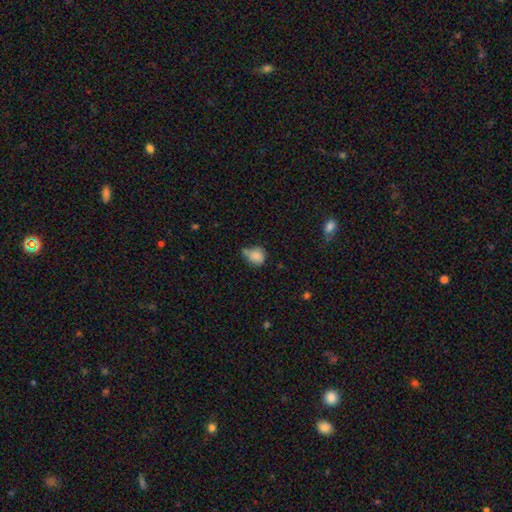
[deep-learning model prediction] A smooth galaxy with no disk features (84%) that is round (74%). Merging: none (49%).